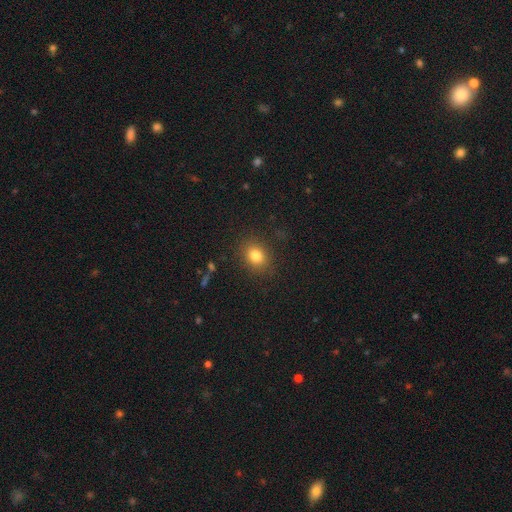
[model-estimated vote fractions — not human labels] smooth-or-featured: smooth: 81% | star or artifact: 12% | featured or disk: 7%
  how-rounded: round: 50% | in between: 49% | cigar-shaped: 1%
  merging: none: 86% | minor disturbance: 10% | major disturbance: 3% | merger: 1%